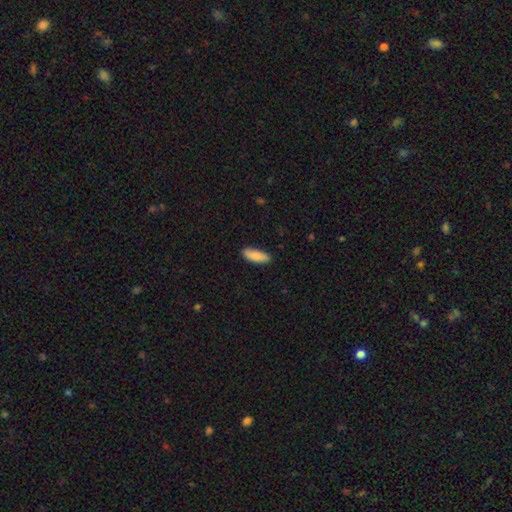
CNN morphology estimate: This is clearly a smooth galaxy (85%). How rounded: likely in between (68%). Merging: clearly none (85%).